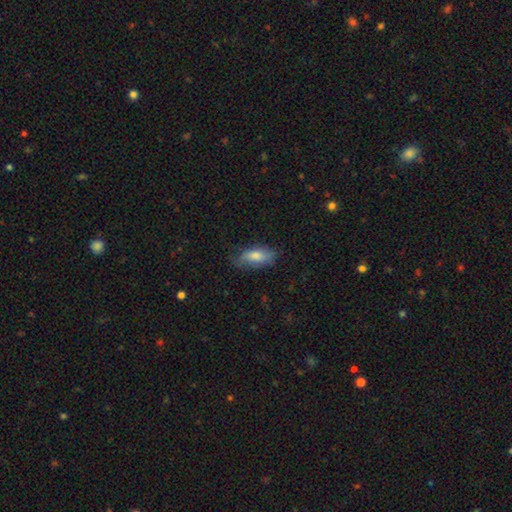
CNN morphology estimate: Overall: smooth (72%). How rounded: in between (78%). Merging: none (70%).